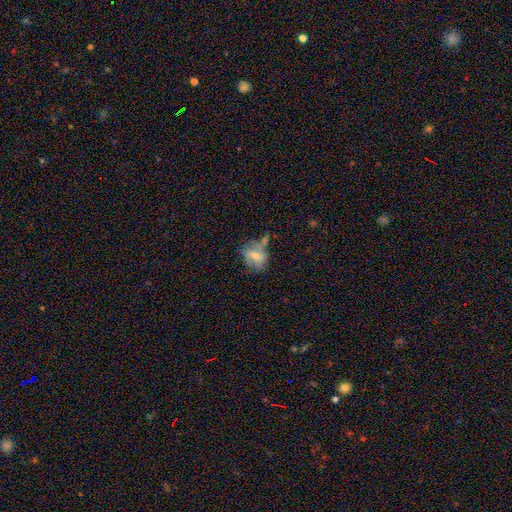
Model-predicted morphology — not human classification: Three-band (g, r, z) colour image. It shows a smooth galaxy with no disk features (51%) that is in between round and cigar-shaped (58%). Merging: none (41%).